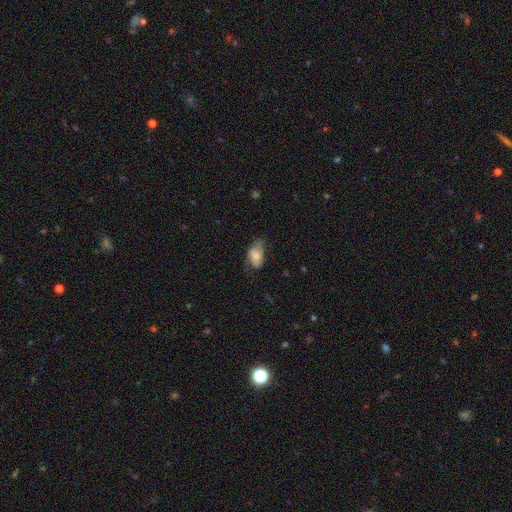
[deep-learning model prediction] Smooth or featured? Predicted: smooth (p=0.58). How rounded? Predicted: in between (p=0.90). Merging? Predicted: none (p=0.43).